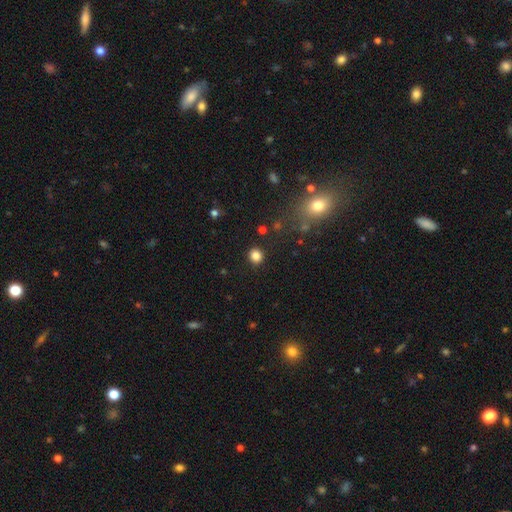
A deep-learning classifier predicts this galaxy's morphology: smooth-or-featured: smooth: 83% | star or artifact: 12% | featured or disk: 4%
  how-rounded: round: 84% | in between: 15% | cigar-shaped: 1%
  merging: none: 89% | minor disturbance: 7% | major disturbance: 3% | merger: 2%